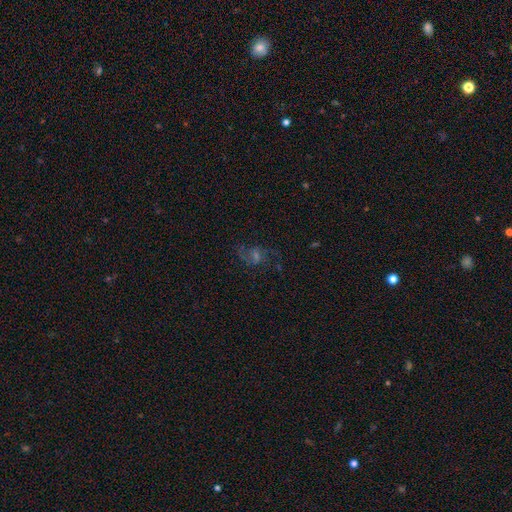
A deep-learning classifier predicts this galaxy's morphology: type=featured or disk (65%); edge-on=no (97%); bar=no (46%); spiral arms=yes (92%); winding=medium (46%); arm count=2 (84%); bulge=small (43%); merging=none (72%).